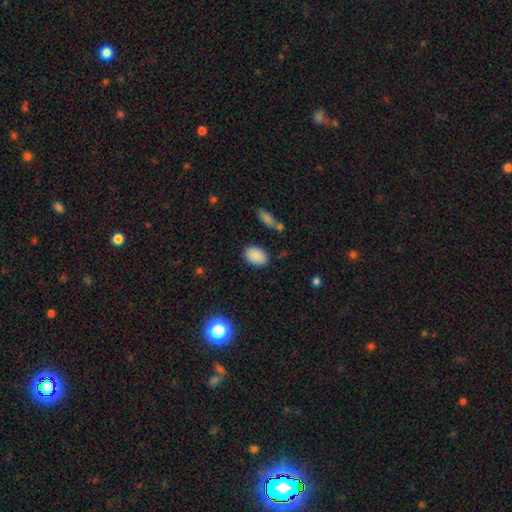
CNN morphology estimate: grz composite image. It shows a smooth galaxy with no disk features (88%) that is in between round and cigar-shaped (85%). Merging: none (83%).